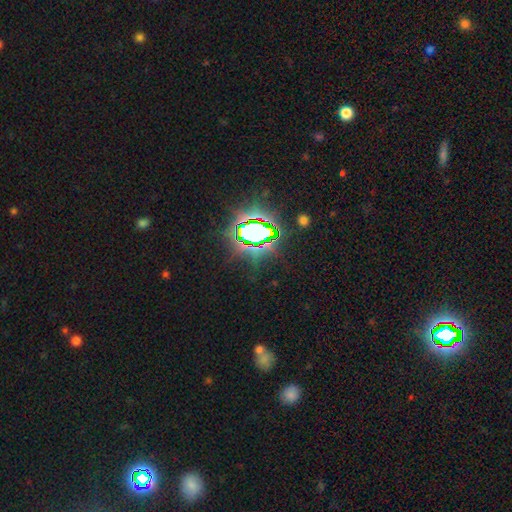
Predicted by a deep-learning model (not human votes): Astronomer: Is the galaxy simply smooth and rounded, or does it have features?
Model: star or artifact — 76%.